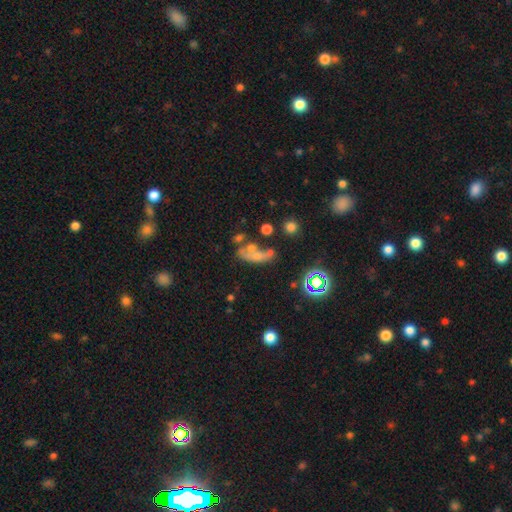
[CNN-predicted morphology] Q: Smooth or featured?
A: smooth (47%); runner-up: featured or disk (34%)
Q: Merging?
A: merger (36%); runner-up: none (26%)